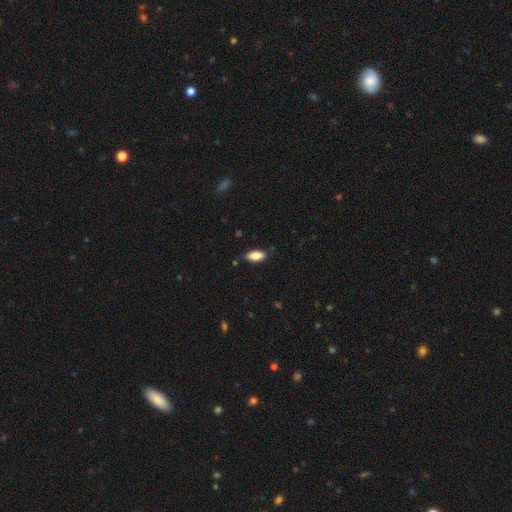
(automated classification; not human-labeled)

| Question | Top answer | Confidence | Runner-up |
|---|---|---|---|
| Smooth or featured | smooth | 84% | featured or disk (9%) |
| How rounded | in between | 86% | cigar-shaped (12%) |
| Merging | none | 84% | minor disturbance (13%) |